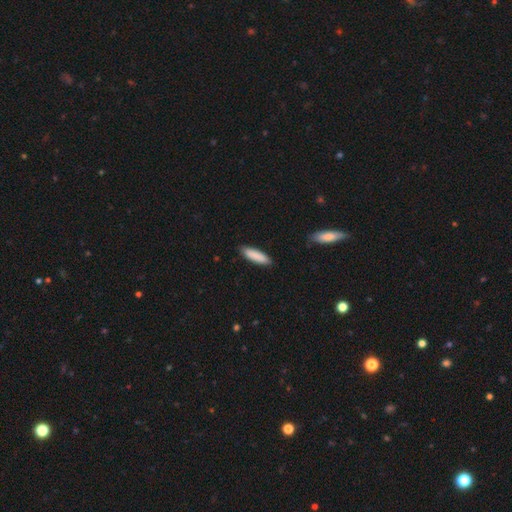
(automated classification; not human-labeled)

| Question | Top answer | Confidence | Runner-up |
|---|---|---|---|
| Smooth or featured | smooth | 88% | featured or disk (6%) |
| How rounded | cigar-shaped | 62% | in between (36%) |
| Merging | none | 88% | minor disturbance (9%) |